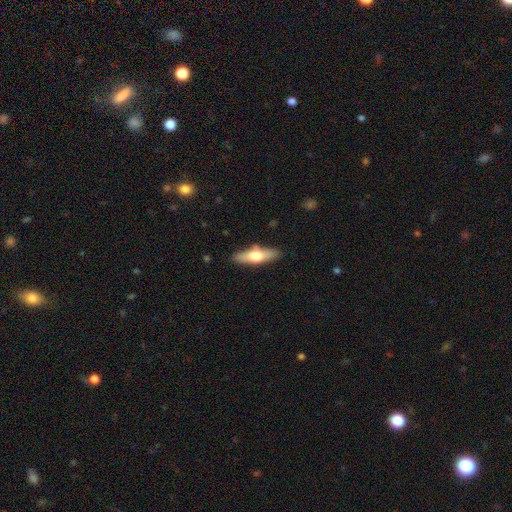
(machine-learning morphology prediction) smooth-or-featured: smooth: 54% | featured or disk: 40% | star or artifact: 6%
  how-rounded: cigar-shaped: 55% | in between: 42% | round: 3%
  merging: none: 86% | minor disturbance: 10% | major disturbance: 2% | merger: 2%